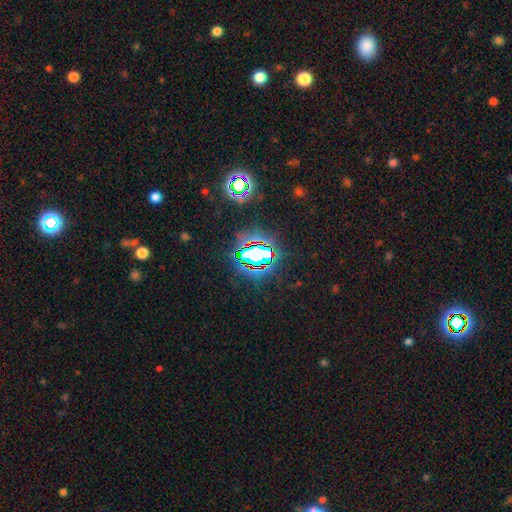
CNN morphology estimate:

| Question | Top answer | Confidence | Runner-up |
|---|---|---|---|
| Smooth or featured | star or artifact | 72% | smooth (16%) |